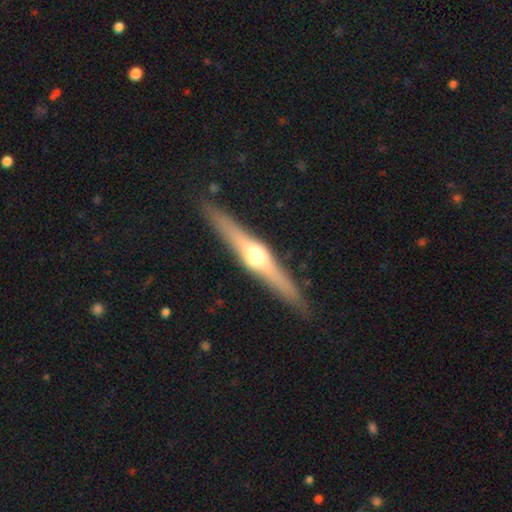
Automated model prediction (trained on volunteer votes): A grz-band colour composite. It shows a featured or disk galaxy (74%) viewed edge-on (97%) with a rounded central bulge (94%). Merging: none (89%).